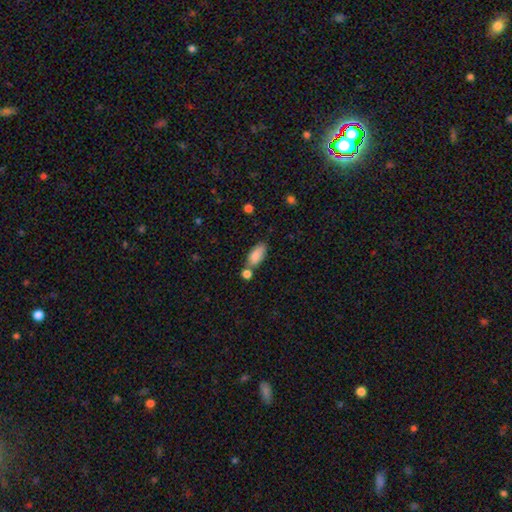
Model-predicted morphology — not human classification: Overall: smooth (83%). How rounded: in between (85%). Merging: none (53%; merger 25%).